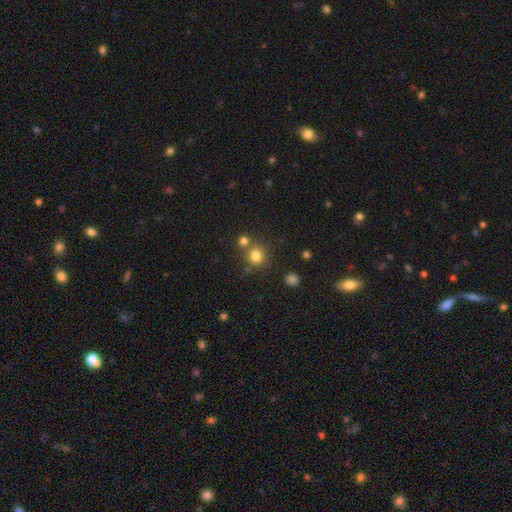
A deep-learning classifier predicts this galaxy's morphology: A smooth galaxy with no disk features (79%) that is round (90%). Merging: none (70%).